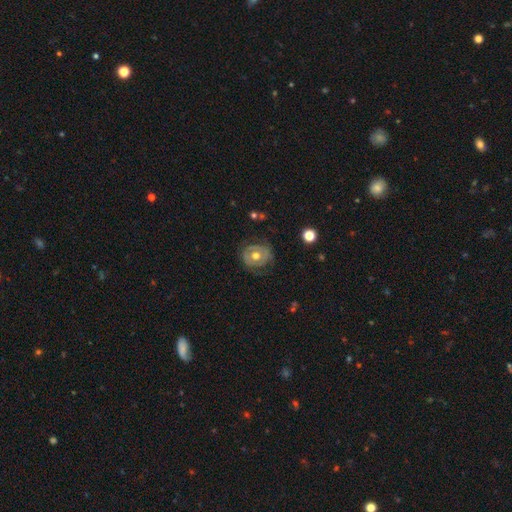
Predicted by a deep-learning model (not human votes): Q: Smooth or featured?
A: featured or disk (59%); runner-up: smooth (34%)
Q: Edge-on disk?
A: no (96%); runner-up: yes (4%)
Q: Bar?
A: no (78%); runner-up: weak (16%)
Q: Spiral arms?
A: no (53%); runner-up: yes (47%)
Q: Bulge size?
A: moderate (80%); runner-up: small (10%)
Q: Merging?
A: none (68%); runner-up: minor disturbance (21%)